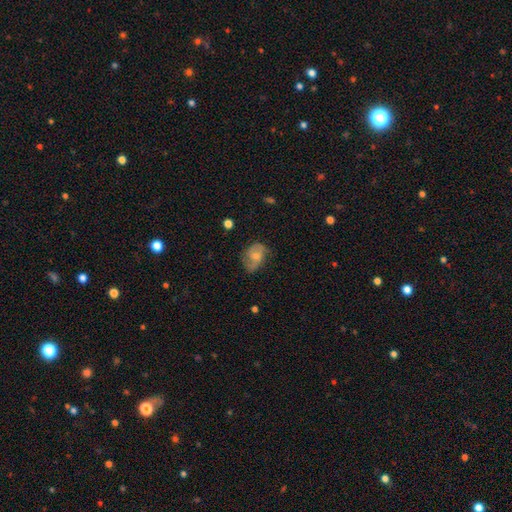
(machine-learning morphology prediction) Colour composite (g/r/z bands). It shows a featured or disk galaxy (55%) with no bar (66%), spiral arms (85%) and a moderate central bulge (43%). Merging: none (60%).